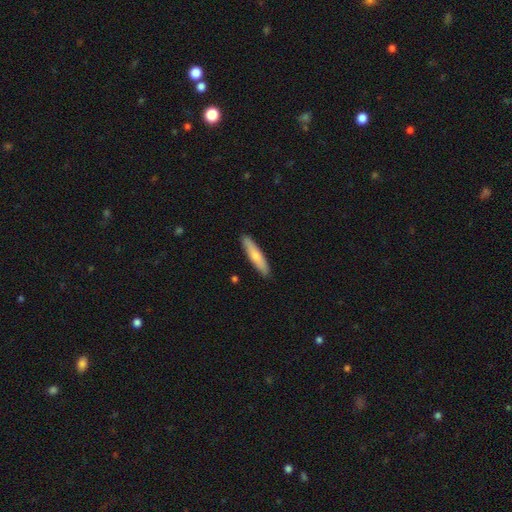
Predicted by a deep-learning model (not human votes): This appears to be a smooth galaxy with no disk features (68%) that is cigar-shaped (83%). Merging: none (89%).